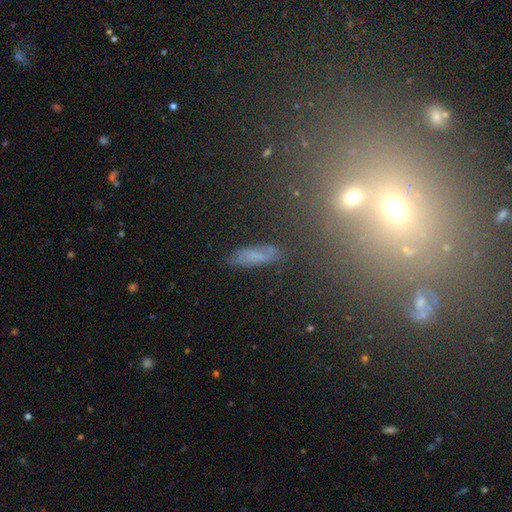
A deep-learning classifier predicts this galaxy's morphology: The model was most divided on "how rounded": cigar-shaped: 53%, in between: 42%, round: 5%. More confident: merging — none (75%); smooth or featured — smooth (52%).